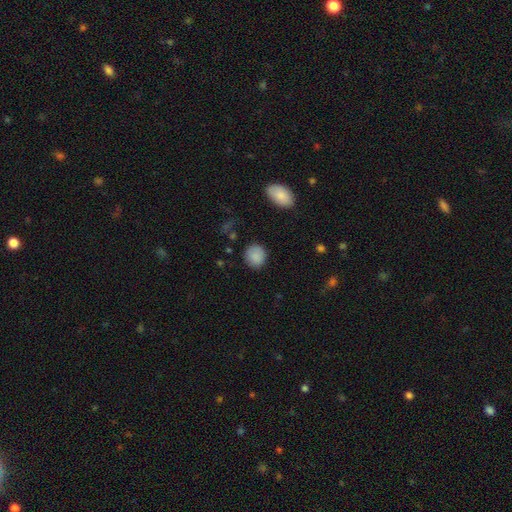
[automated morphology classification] This appears to be a smooth galaxy with no disk features (87%) that is round (81%). Merging: none (84%).